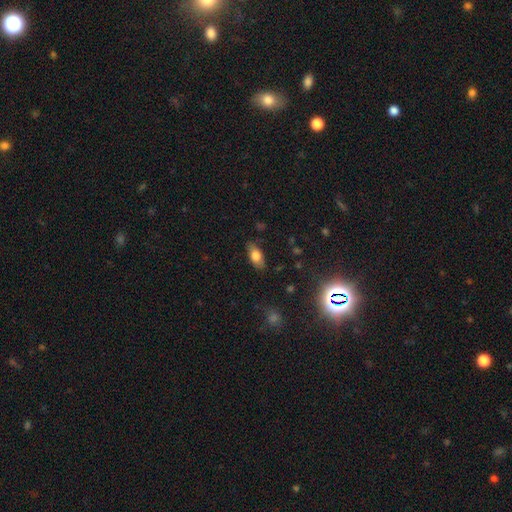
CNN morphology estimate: A smooth galaxy with no disk features (74%) that is in between round and cigar-shaped (86%). Merging: none (82%).